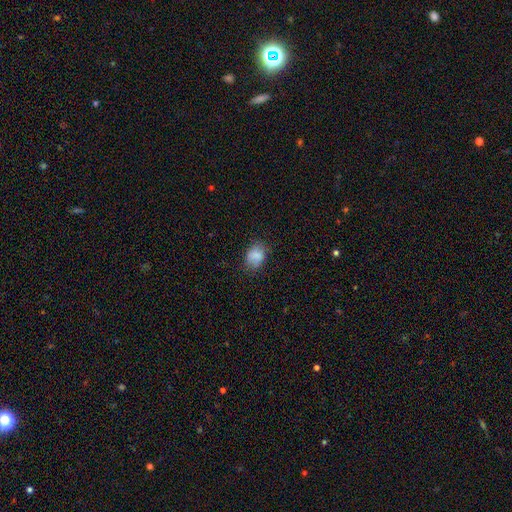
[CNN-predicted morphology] type=smooth (81%); roundness=in between (62%); merging=none (69%).